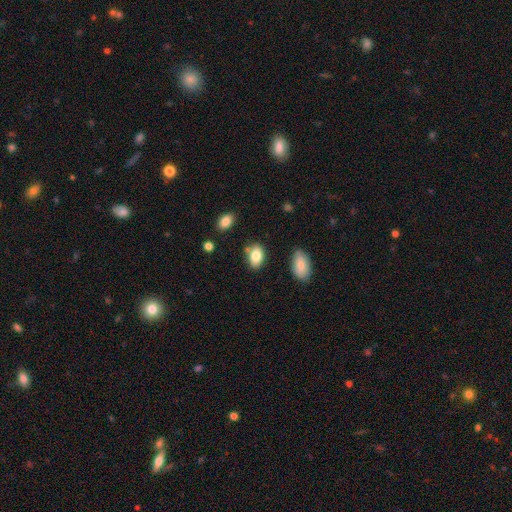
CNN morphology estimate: Smooth or featured: smooth — 82% (featured or disk — 10%)
How rounded: in between — 89% (round — 9%)
Merging: none — 72% (minor disturbance — 17%)